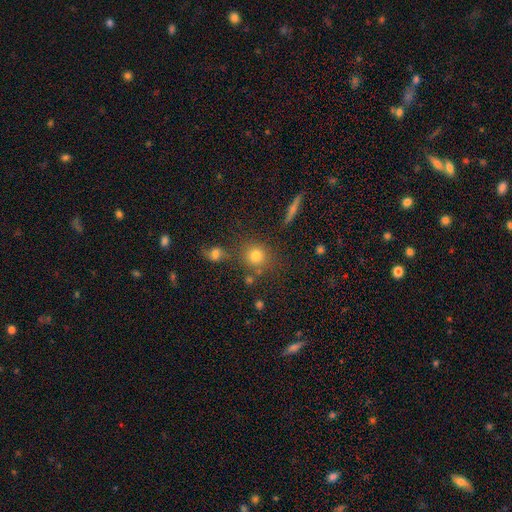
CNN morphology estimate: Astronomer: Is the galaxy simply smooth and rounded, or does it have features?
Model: smooth — 77%.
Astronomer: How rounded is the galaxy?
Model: round — 87%.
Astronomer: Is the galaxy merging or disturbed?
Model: none — 72%.